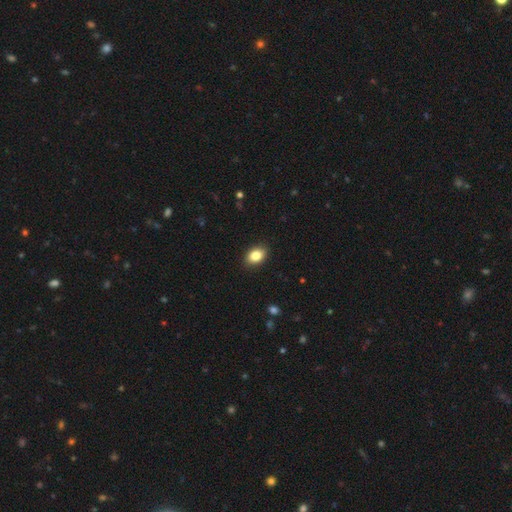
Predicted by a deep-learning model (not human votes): smooth 86%, star or artifact 8%, featured or disk 6%. Down the decision tree: how rounded — in between (83%); merging — none (89%).